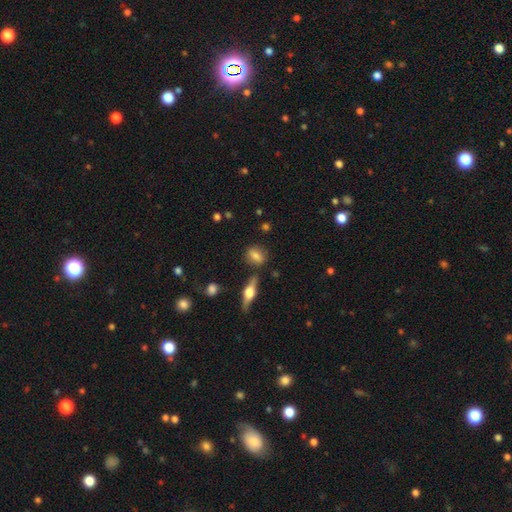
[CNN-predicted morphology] Smooth or featured: smooth — 73% (featured or disk — 18%)
How rounded: in between — 60% (round — 31%)
Merging: none — 77% (minor disturbance — 13%)